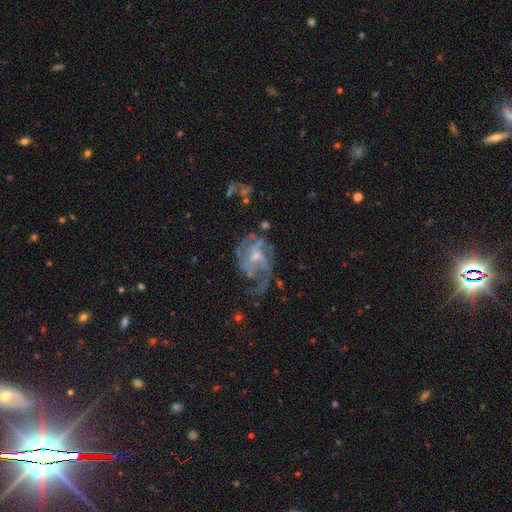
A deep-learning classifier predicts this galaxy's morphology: featured or disk 82%, star or artifact 9%, smooth 9%. Down the decision tree: edge-on disk — no (97%); bar — no (52%); spiral arms — yes (90%); spiral arm count — can't tell (31%); spiral winding — medium (44%); bulge size — small (57%); merging — none (47%).